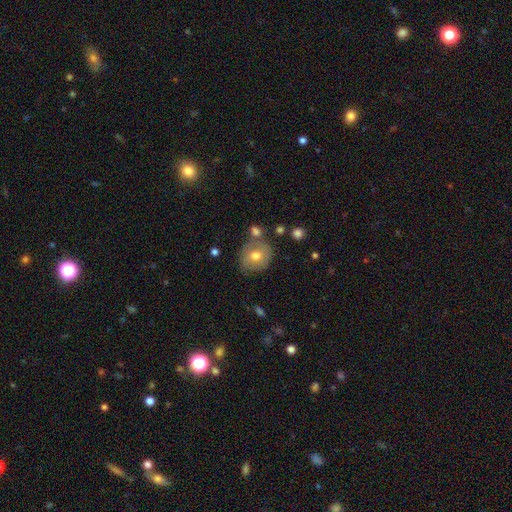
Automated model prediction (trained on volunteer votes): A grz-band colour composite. It shows a smooth galaxy with no disk features (64%) that is round (73%). Merging: none (68%).